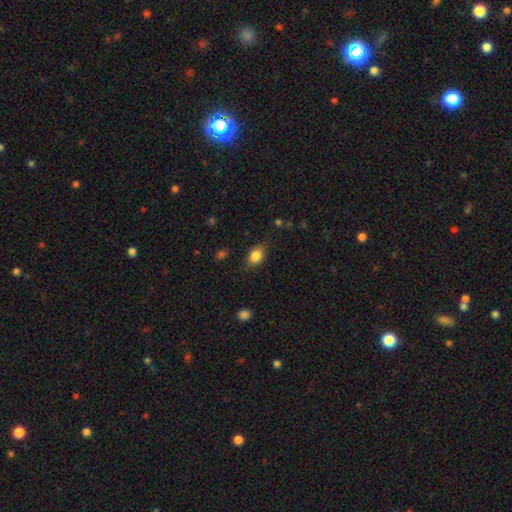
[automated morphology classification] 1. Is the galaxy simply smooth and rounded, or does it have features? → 83% smooth, 9% star or artifact, 8% featured or disk.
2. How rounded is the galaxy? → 74% in between, 24% round, 2% cigar-shaped.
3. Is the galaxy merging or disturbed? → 76% none, 19% minor disturbance, 4% major disturbance, 1% merger.